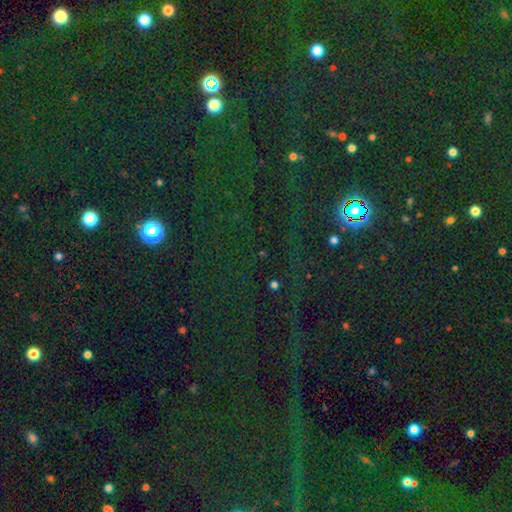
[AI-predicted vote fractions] A star or artifact, not a galaxy (82%).

Vote fractions:
- Smooth or featured? star or artifact: 82% / smooth: 11% / featured or disk: 7%